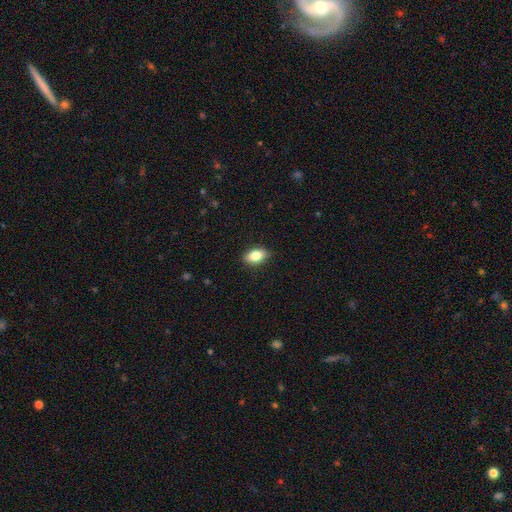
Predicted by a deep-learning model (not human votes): The model was most divided on "smooth or featured": smooth: 84%, featured or disk: 8%, star or artifact: 8%. More confident: how rounded — in between (87%); merging — none (87%).